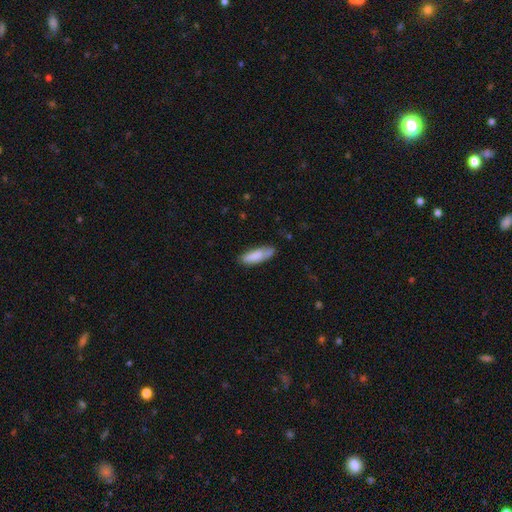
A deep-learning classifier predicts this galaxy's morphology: This appears to be a smooth galaxy with no disk features (82%) that is in between round and cigar-shaped (50%). Merging: none (66%).